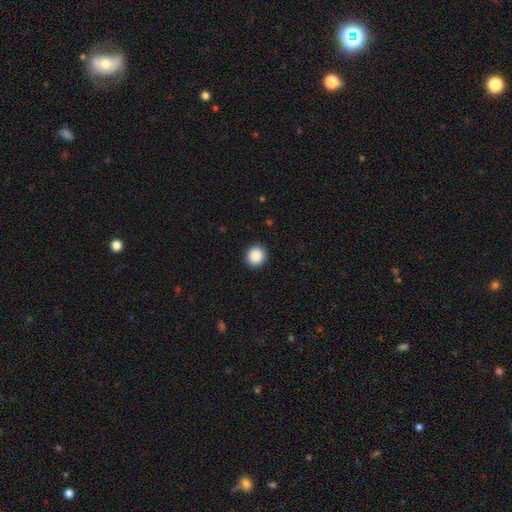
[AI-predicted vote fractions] smooth_or_featured: smooth (p=0.89) [alt: star or artifact p=0.09]
how_rounded: round (p=0.94) [alt: in between p=0.05]
merging: none (p=0.92) [alt: minor disturbance p=0.05]